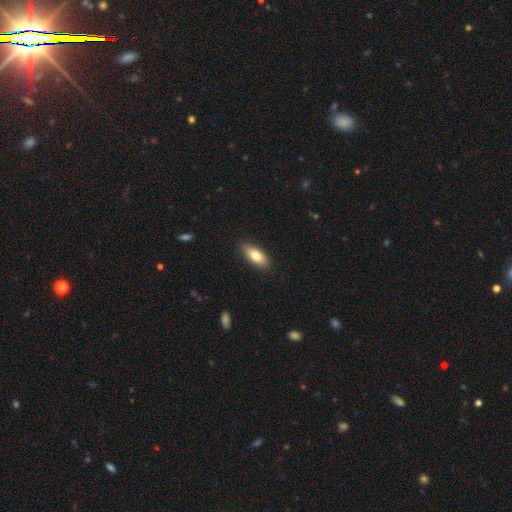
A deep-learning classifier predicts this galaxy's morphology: A smooth galaxy with no disk features (80%) that is in between round and cigar-shaped (82%). Merging: none (86%).